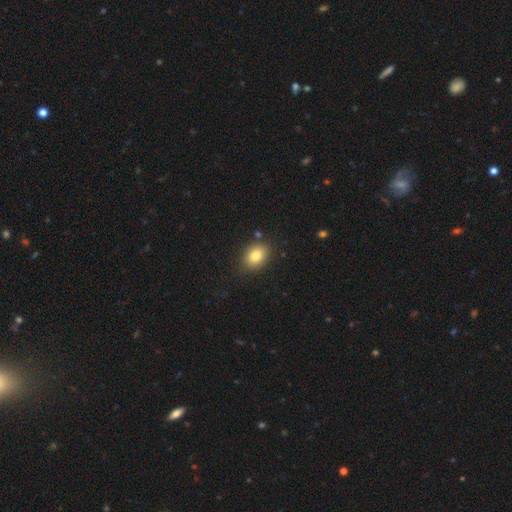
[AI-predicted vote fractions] smooth-or-featured: smooth: 82% | star or artifact: 9% | featured or disk: 9%
  how-rounded: in between: 68% | round: 31% | cigar-shaped: 1%
  merging: none: 83% | minor disturbance: 12% | major disturbance: 3% | merger: 3%